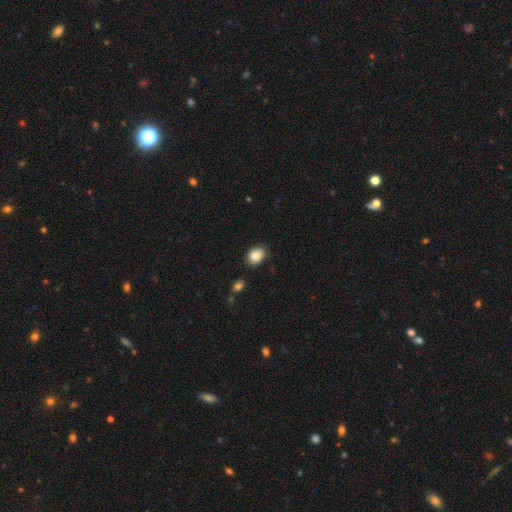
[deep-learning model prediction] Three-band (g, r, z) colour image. It shows a smooth galaxy with no disk features (88%) that is in between round and cigar-shaped (62%). Merging: none (77%).